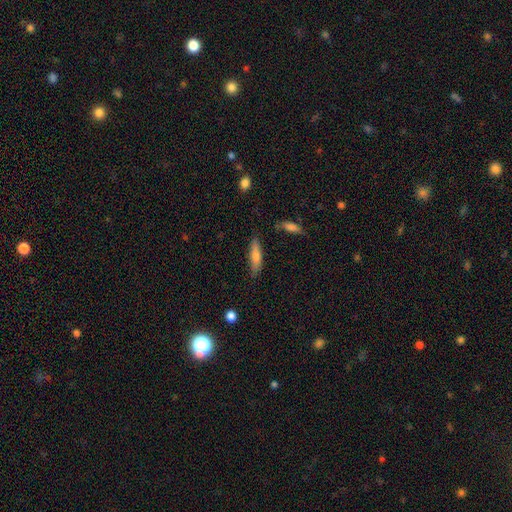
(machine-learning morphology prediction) Overall: smooth (72%). How rounded: cigar-shaped (70%). Merging: none (78%).